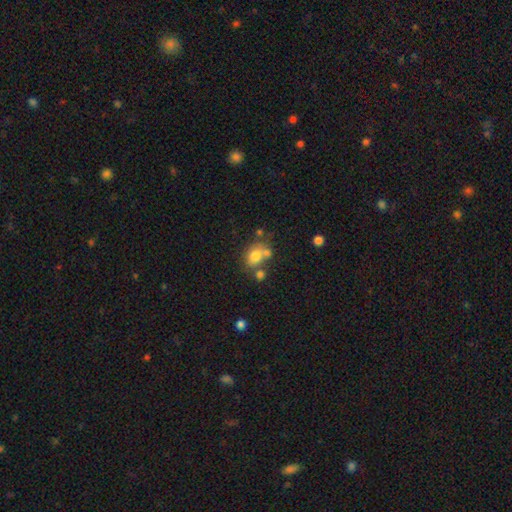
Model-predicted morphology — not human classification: This is likely a smooth galaxy (74%). How rounded: possibly in between (54%). Merging: possibly none (47%).